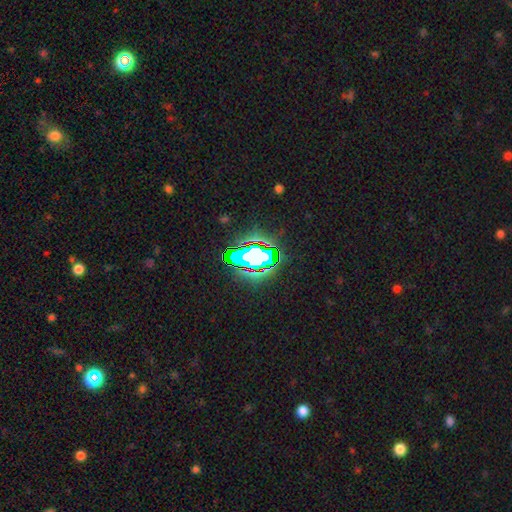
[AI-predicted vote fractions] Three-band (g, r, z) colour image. It shows a star or artifact, not a galaxy (58%).